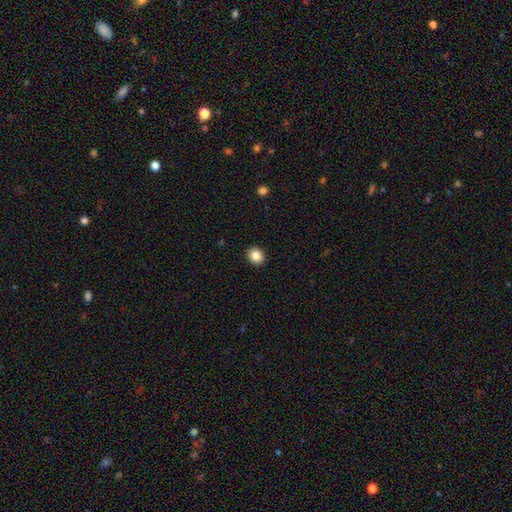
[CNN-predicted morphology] This appears to be a smooth galaxy with no disk features (85%) that is round (82%). Merging: none (93%).